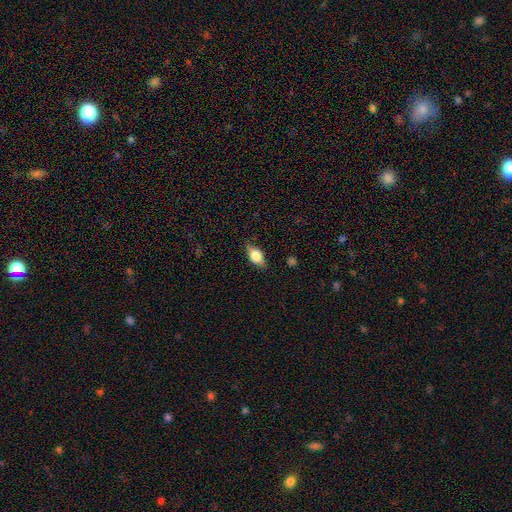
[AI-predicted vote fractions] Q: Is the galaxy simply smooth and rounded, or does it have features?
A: smooth — 54%.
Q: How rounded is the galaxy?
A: in between — 78%.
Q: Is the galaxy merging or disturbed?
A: none — 81%.